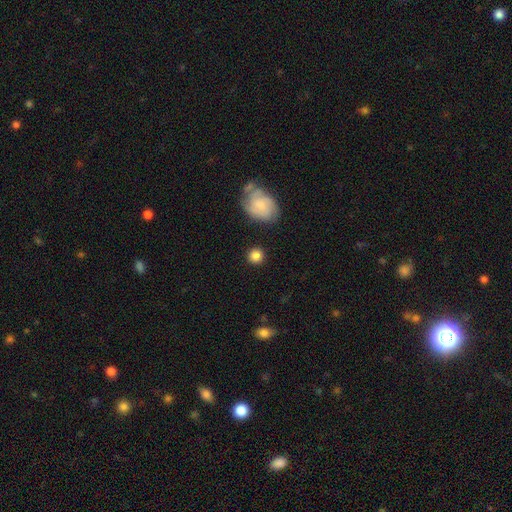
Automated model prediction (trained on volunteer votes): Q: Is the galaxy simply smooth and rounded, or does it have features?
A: smooth — 83%.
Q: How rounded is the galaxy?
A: round — 90%.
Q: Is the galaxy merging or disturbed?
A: none — 86%.